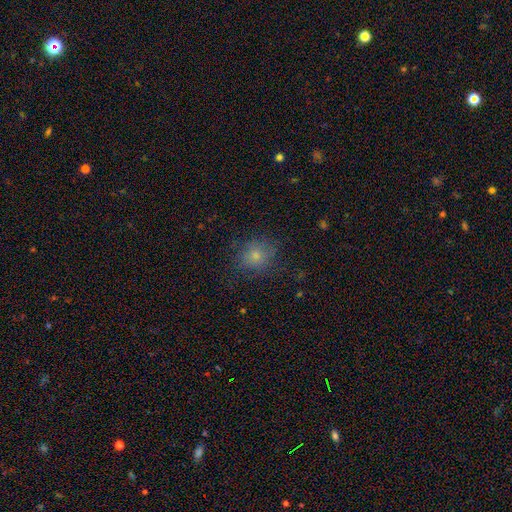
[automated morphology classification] smooth_or_featured: smooth (p=0.76) [alt: star or artifact p=0.14]
how_rounded: round (p=0.79) [alt: in between p=0.20]
merging: none (p=0.76) [alt: minor disturbance p=0.16]